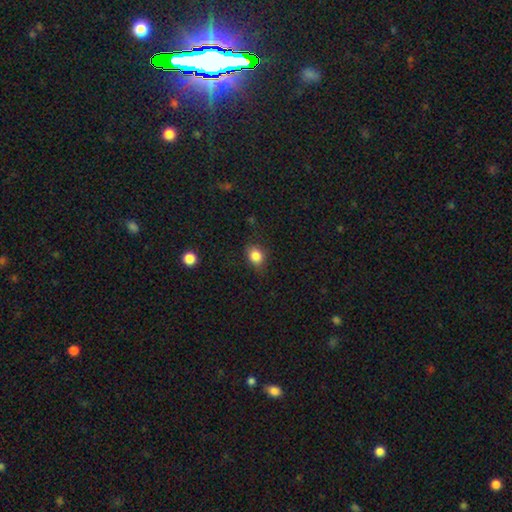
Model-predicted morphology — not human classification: This appears to be a smooth galaxy with no disk features (84%) that is in between round and cigar-shaped (54%). Merging: none (80%).